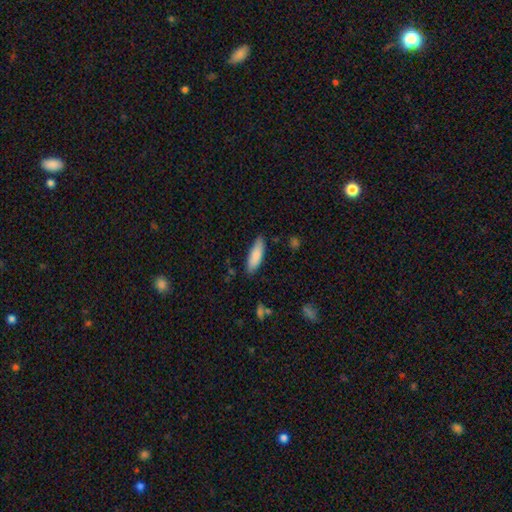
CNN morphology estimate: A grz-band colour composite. It shows a smooth galaxy with no disk features (85%) that is in between round and cigar-shaped (53%). Merging: none (83%).